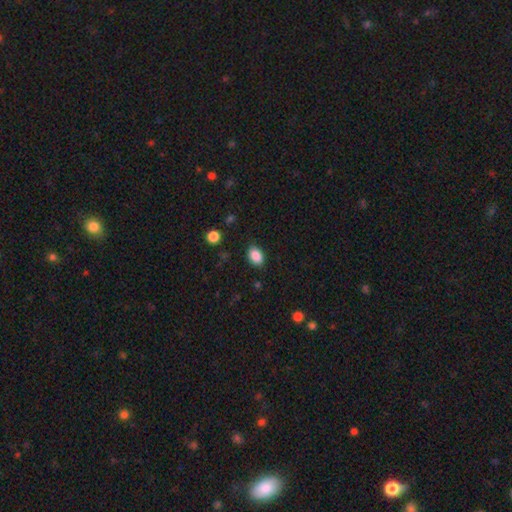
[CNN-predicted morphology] Smooth or featured?
  - smooth: 88% *
  - star or artifact: 8%
  - featured or disk: 4%
How rounded?
  - in between: 85% *
  - round: 14%
  - cigar-shaped: 1%
Merging?
  - none: 84% *
  - minor disturbance: 12%
  - major disturbance: 3%
  - merger: 1%